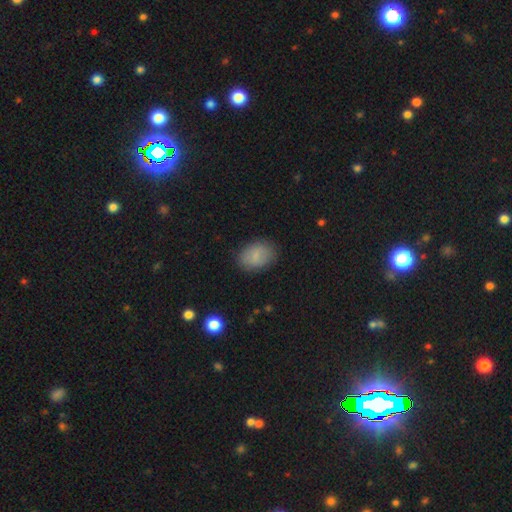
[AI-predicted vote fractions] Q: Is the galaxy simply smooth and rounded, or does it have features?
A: smooth — 79%.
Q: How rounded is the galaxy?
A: in between — 81%.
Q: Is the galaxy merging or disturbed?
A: none — 82%.